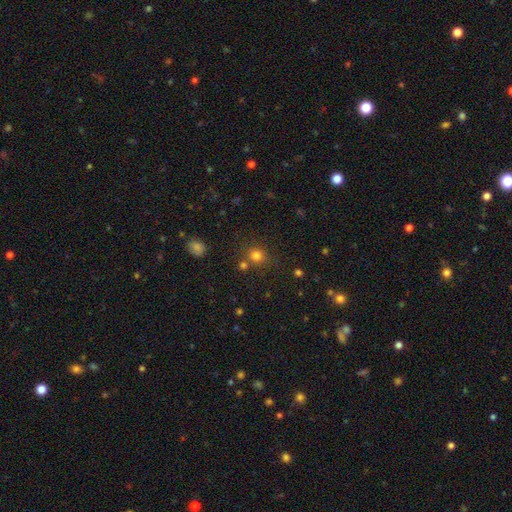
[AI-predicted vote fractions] smooth_or_featured: smooth (p=0.78) [alt: star or artifact p=0.16]
how_rounded: round (p=0.86) [alt: in between p=0.13]
merging: none (p=0.73) [alt: merger p=0.14]